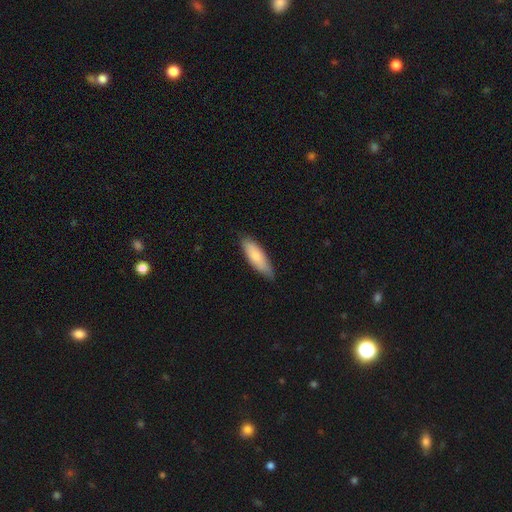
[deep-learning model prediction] Morphology: type=smooth (80%); roundness=in between (52%); merging=none (79%).